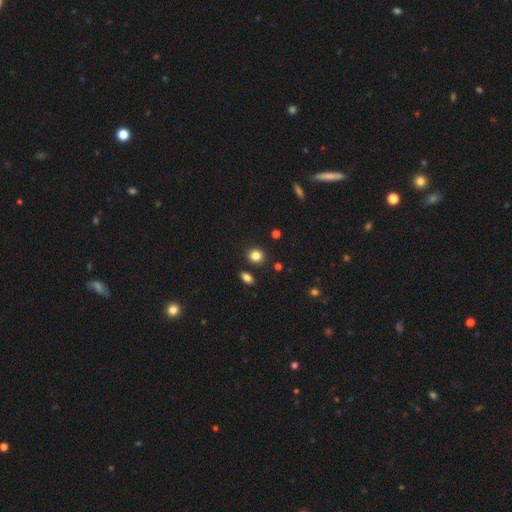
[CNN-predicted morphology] A smooth galaxy with no disk features (84%) that is round (76%).

Vote fractions:
- Smooth or featured? smooth: 84% / star or artifact: 11% / featured or disk: 5%
- How rounded? round: 76% / in between: 23% / cigar-shaped: 1%
- Merging? none: 86% / minor disturbance: 7% / merger: 5% / major disturbance: 2%